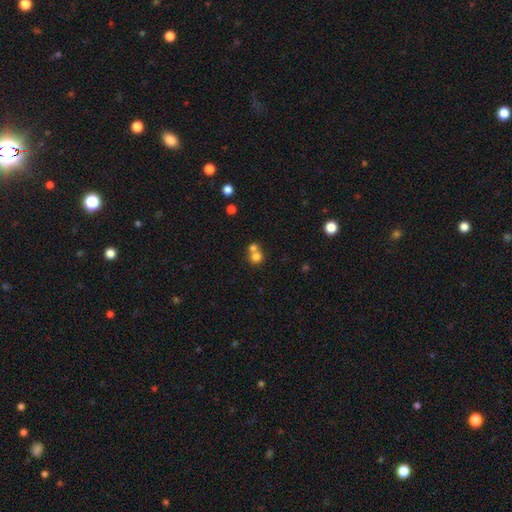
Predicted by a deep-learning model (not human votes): Smooth or featured: smooth — 76% (star or artifact — 12%)
How rounded: round — 85% (in between — 14%)
Merging: merger — 51% (none — 41%)